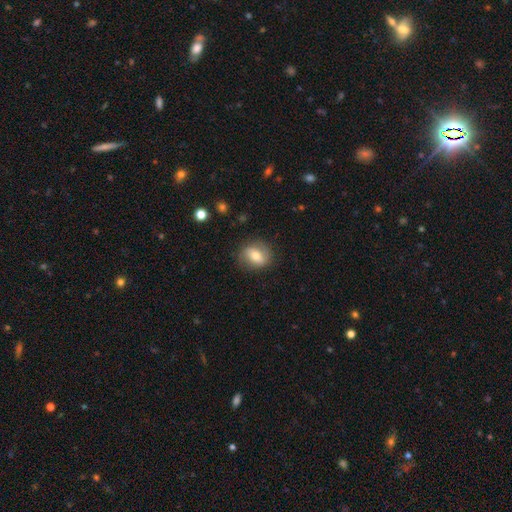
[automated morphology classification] type=smooth (59%); roundness=round (58%); merging=none (80%).